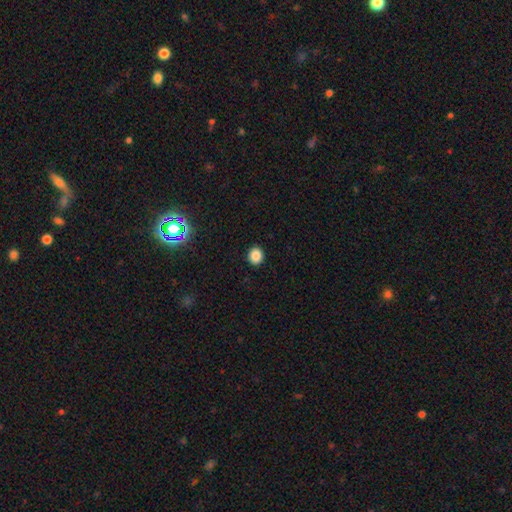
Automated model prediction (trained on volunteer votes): Q: Smooth or featured?
A: smooth (85%); runner-up: star or artifact (12%)
Q: How rounded?
A: round (80%); runner-up: in between (19%)
Q: Merging?
A: none (92%); runner-up: minor disturbance (5%)